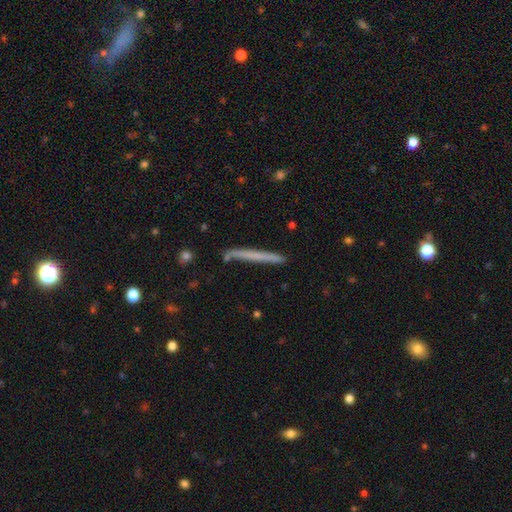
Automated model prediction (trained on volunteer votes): Smooth or featured? smooth (54%)
How rounded? cigar-shaped (97%)
Merging? none (87%)